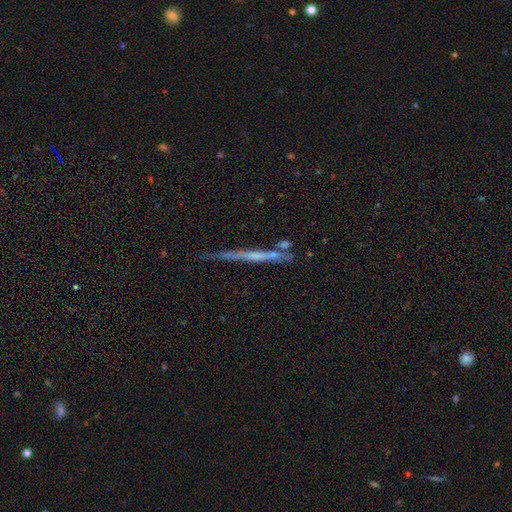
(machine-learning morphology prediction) This is possibly a featured or disk galaxy (60%). It is clearly viewed edge-on (94%). Edge-on bulge: likely none (79%). Merging: likely none (68%).